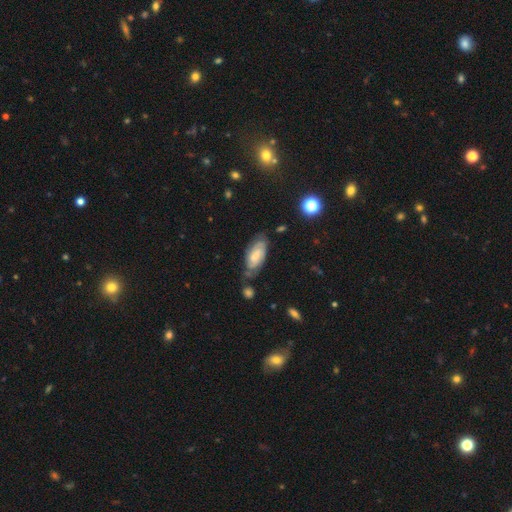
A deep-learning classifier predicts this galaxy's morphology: Smooth or featured? featured or disk (60%)
Edge-on disk? no (91%)
Bar? no (49%)
Spiral arms? yes (88%)
Bulge size? small (40%)
Merging? none (61%)